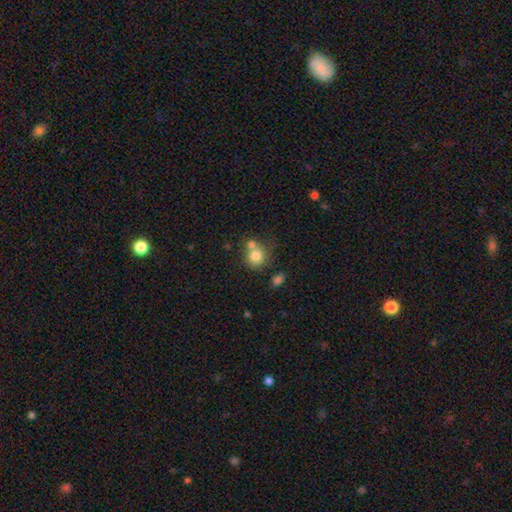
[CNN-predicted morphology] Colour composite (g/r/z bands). It shows a smooth galaxy with no disk features (79%) that is round (83%). Merging: none (45%).